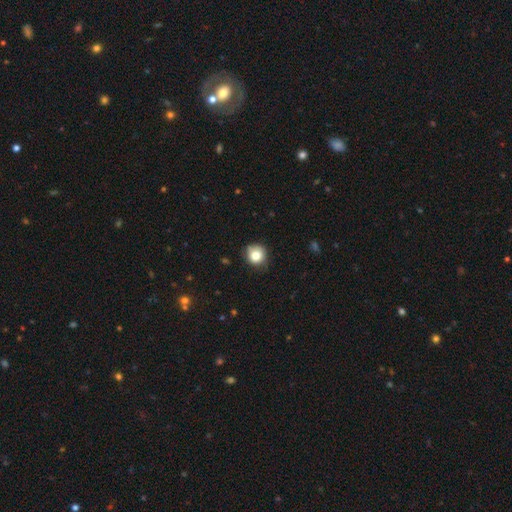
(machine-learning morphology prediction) A smooth galaxy with no disk features (81%) that is round (89%).

Vote fractions:
- Smooth or featured? smooth: 81% / star or artifact: 10% / featured or disk: 9%
- How rounded? round: 89% / in between: 10% / cigar-shaped: 1%
- Merging? none: 73% / minor disturbance: 22% / major disturbance: 4% / merger: 2%